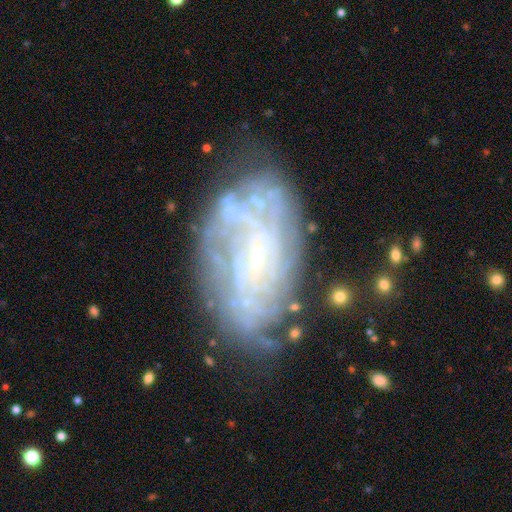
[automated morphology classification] Q: Smooth or featured?
A: featured or disk (78%); runner-up: smooth (13%)
Q: Edge-on disk?
A: no (96%); runner-up: yes (4%)
Q: Bar?
A: no (62%); runner-up: weak (30%)
Q: Spiral arms?
A: yes (75%); runner-up: no (25%)
Q: Spiral winding?
A: tight (64%); runner-up: medium (26%)
Q: Spiral arm count?
A: can't tell (55%); runner-up: 4 (11%)
Q: Bulge size?
A: small (79%); runner-up: moderate (10%)
Q: Merging?
A: none (64%); runner-up: minor disturbance (20%)